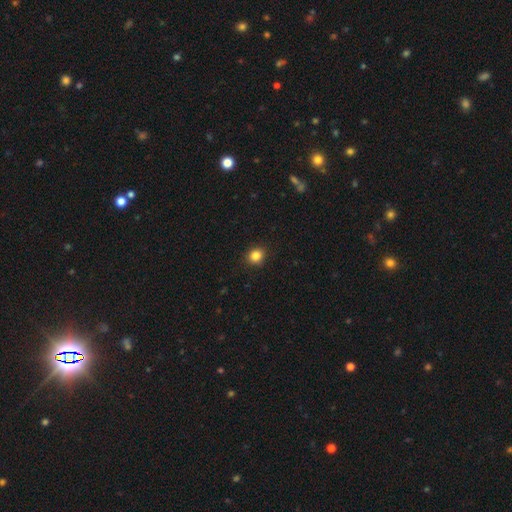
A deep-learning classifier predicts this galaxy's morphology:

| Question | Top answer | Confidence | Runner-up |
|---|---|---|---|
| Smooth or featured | smooth | 84% | star or artifact (12%) |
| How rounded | round | 79% | in between (20%) |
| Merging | none | 90% | minor disturbance (7%) |